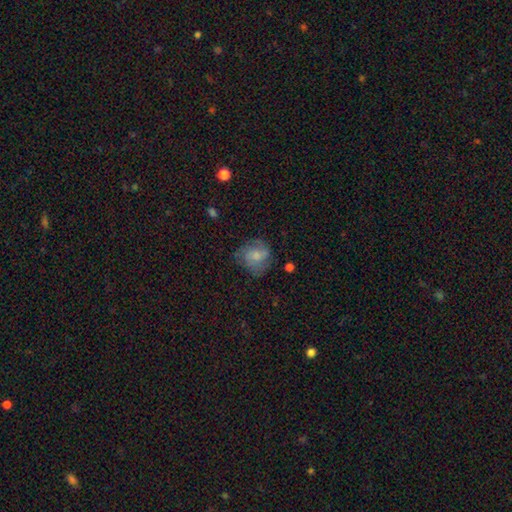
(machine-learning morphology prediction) Smooth or featured? smooth (56%)
How rounded? round (75%)
Merging? none (60%)